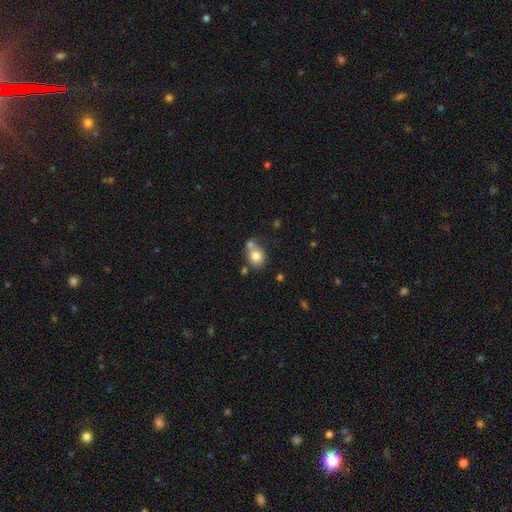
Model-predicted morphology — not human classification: Overall: smooth (79%). How rounded: round (65%; in between 34%). Merging: none (48%; merger 33%).